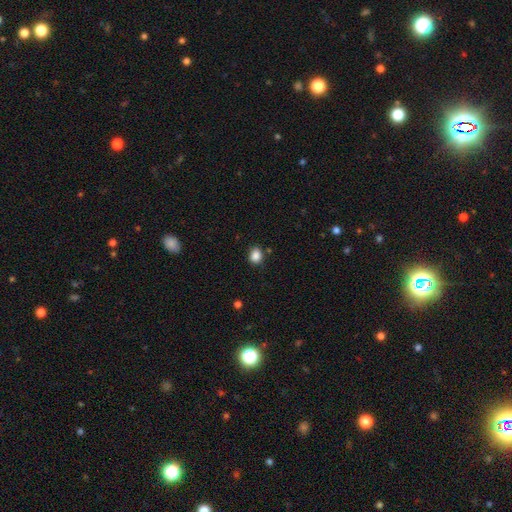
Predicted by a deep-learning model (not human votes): The model was most divided on "how rounded": round: 50%, in between: 49%, cigar-shaped: 1%. More confident: smooth or featured — smooth (87%); merging — none (82%).